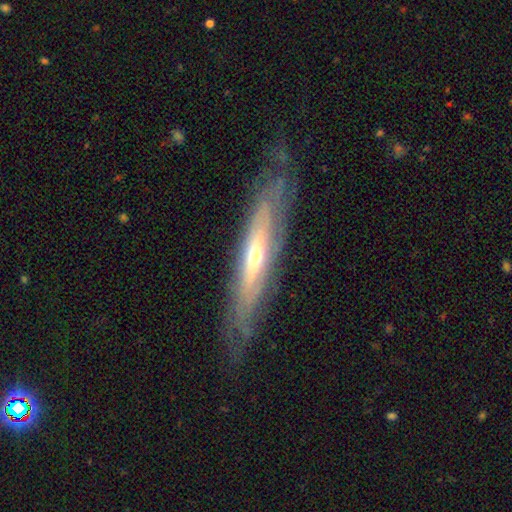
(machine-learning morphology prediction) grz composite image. It shows a featured or disk galaxy (76%) viewed edge-on (61%). Merging: none (72%).